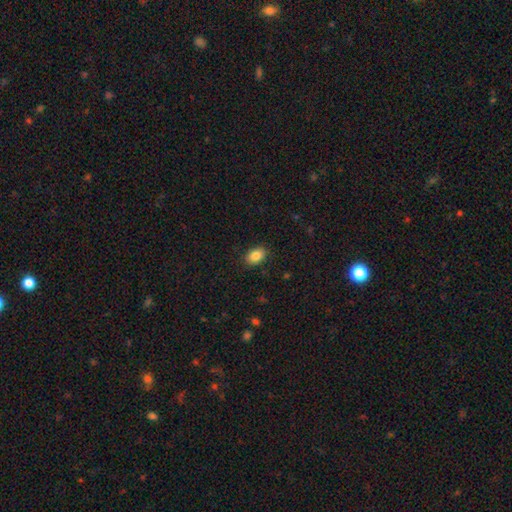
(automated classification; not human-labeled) Smooth or featured: smooth — 86% (star or artifact — 8%)
How rounded: in between — 87% (round — 12%)
Merging: none — 88% (minor disturbance — 9%)